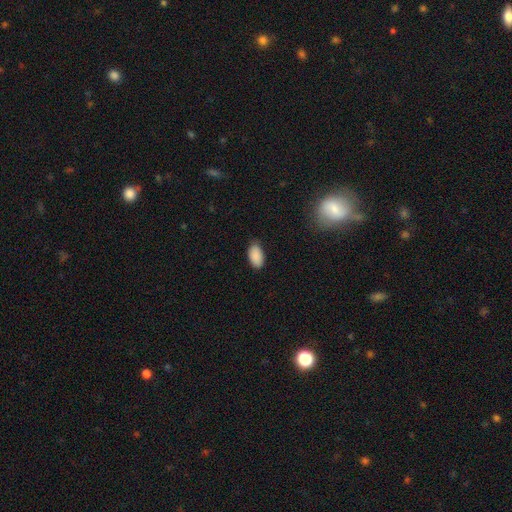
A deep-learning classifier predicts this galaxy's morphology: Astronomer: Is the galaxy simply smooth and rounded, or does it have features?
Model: smooth — 90%.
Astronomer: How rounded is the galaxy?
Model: in between — 95%.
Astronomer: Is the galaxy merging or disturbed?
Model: none — 82%.